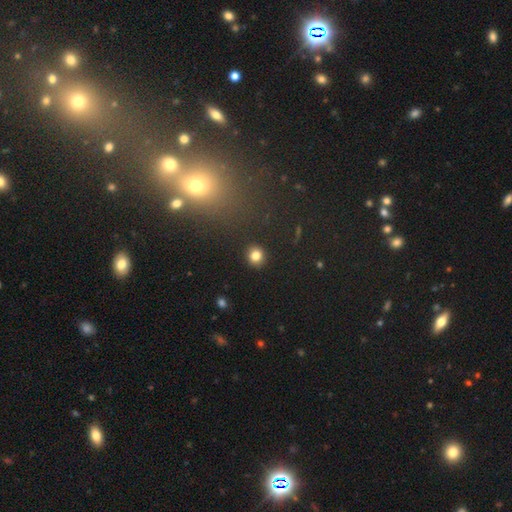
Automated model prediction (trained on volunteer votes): Smooth or featured?
  - smooth: 81% *
  - star or artifact: 12%
  - featured or disk: 6%
How rounded?
  - round: 88% *
  - in between: 11%
  - cigar-shaped: 1%
Merging?
  - none: 91% *
  - minor disturbance: 5%
  - major disturbance: 2%
  - merger: 1%